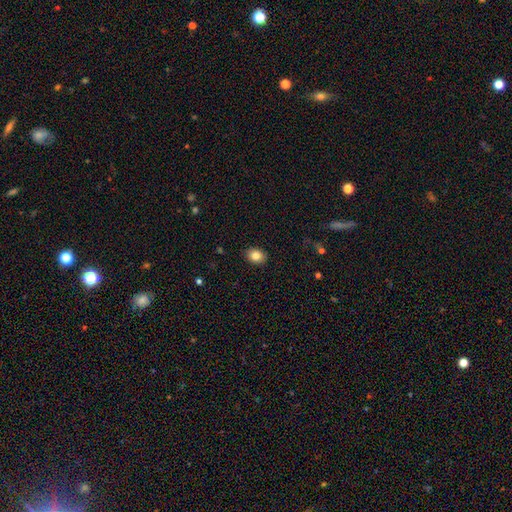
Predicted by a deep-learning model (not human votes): This appears to be a smooth galaxy with no disk features (84%) that is in between round and cigar-shaped (59%). Merging: none (90%).